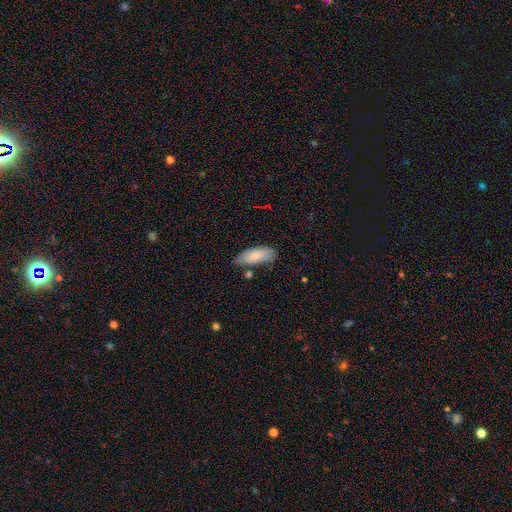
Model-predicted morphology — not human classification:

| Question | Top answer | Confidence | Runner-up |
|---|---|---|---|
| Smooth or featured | smooth | 76% | featured or disk (18%) |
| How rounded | in between | 79% | cigar-shaped (19%) |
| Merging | none | 66% | minor disturbance (24%) |